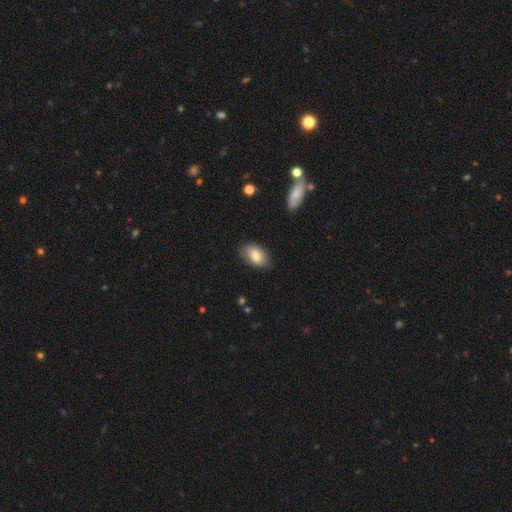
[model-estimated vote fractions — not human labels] smooth_or_featured: smooth (p=0.81) [alt: featured or disk p=0.12]
how_rounded: in between (p=0.91) [alt: round p=0.08]
merging: none (p=0.83) [alt: minor disturbance p=0.13]